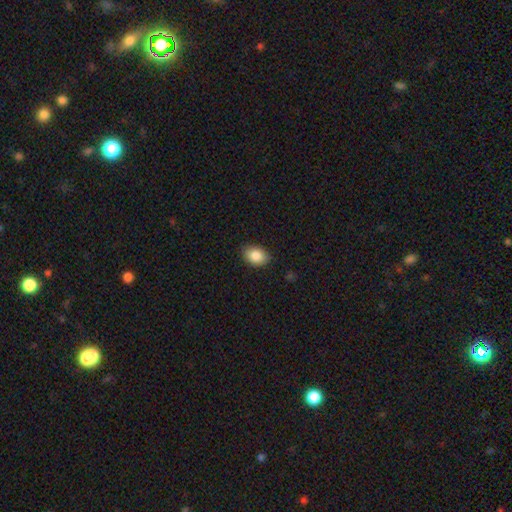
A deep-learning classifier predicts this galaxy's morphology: This is clearly a smooth galaxy (86%). How rounded: likely in between (78%). Merging: clearly none (86%).